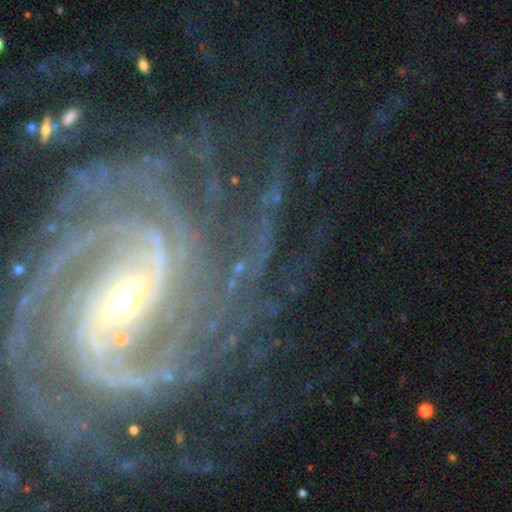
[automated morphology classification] smooth_or_featured: featured or disk (p=0.88) [alt: star or artifact p=0.08]
disk_edge_on: no (p=0.97) [alt: yes p=0.03]
bar: strong (p=0.44) [alt: weak p=0.34]
has_spiral_arms: yes (p=0.97) [alt: no p=0.03]
spiral_winding: tight (p=0.54) [alt: medium p=0.35]
spiral_arm_count: 2 (p=0.27) [alt: can't tell p=0.19]
bulge_size: small (p=0.57) [alt: moderate p=0.37]
merging: none (p=0.69) [alt: minor disturbance p=0.14]